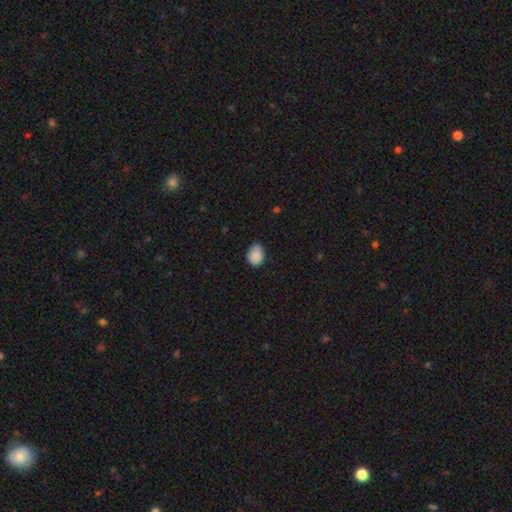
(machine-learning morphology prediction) This appears to be a smooth galaxy with no disk features (88%) that is in between round and cigar-shaped (63%). Merging: none (67%).